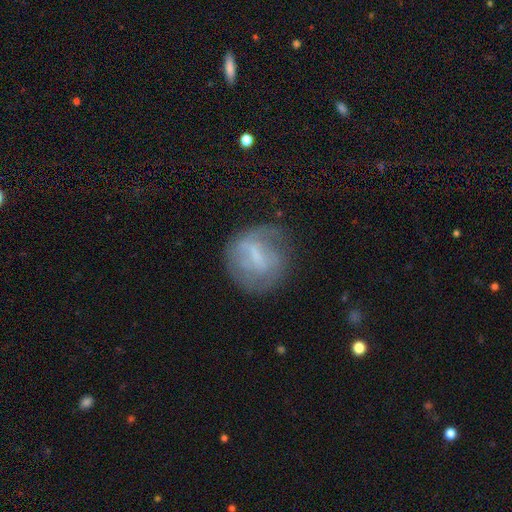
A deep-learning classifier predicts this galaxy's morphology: Smooth or featured: featured or disk — 52% (smooth — 39%)
Edge-on disk: no — 95% (yes — 5%)
Merging: none — 60% (minor disturbance — 23%)